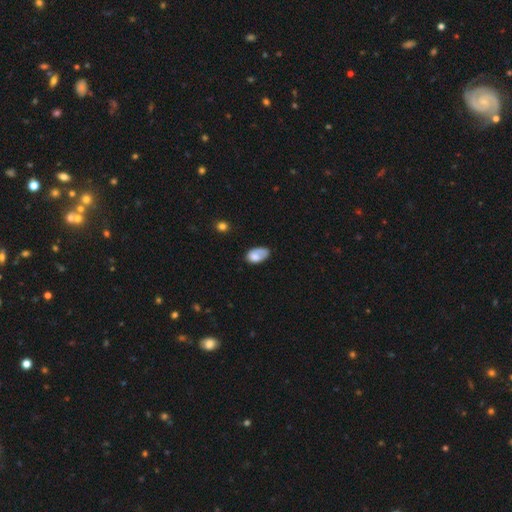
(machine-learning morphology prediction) smooth-or-featured: smooth: 71% | featured or disk: 21% | star or artifact: 7%
  how-rounded: in between: 91% | round: 7% | cigar-shaped: 2%
  merging: none: 46% | minor disturbance: 31% | major disturbance: 18% | merger: 5%